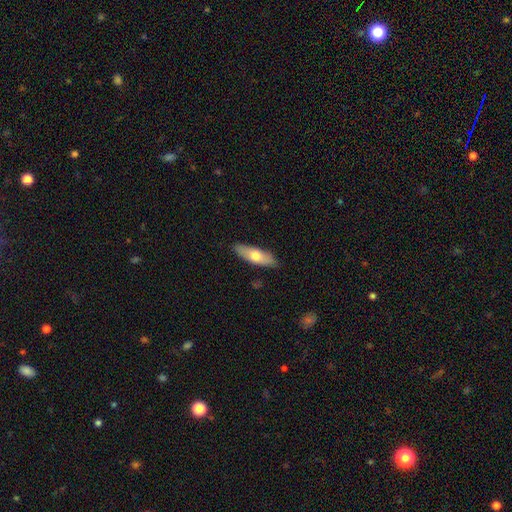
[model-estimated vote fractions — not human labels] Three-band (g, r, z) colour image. It shows a smooth galaxy with no disk features (61%) that is in between round and cigar-shaped (53%). Merging: none (87%).